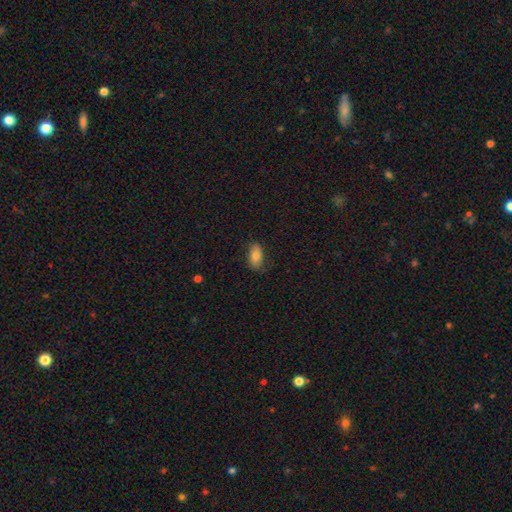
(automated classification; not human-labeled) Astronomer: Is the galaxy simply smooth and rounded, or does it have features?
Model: smooth — 77%.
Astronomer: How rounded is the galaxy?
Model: in between — 91%.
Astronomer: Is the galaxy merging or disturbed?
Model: none — 79%.